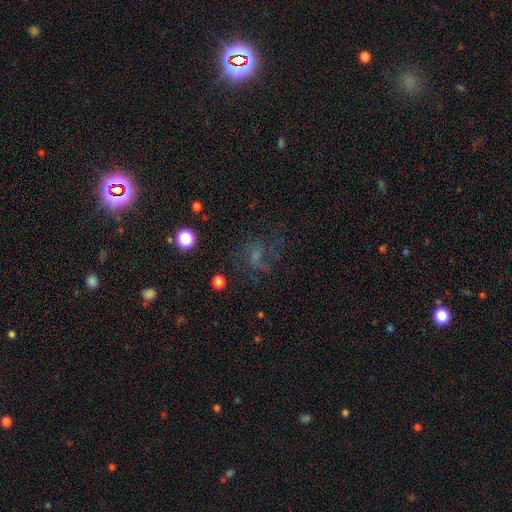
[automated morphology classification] Overall: smooth (38%; featured or disk 36%). Merging: none (45%; major disturbance 33%).